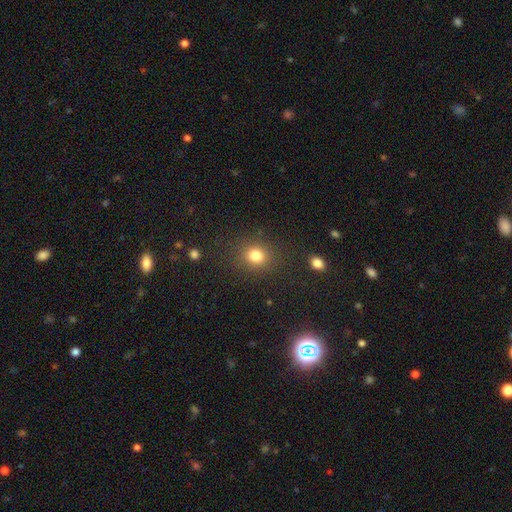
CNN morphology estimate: Smooth or featured? Predicted: smooth (p=0.82). How rounded? Predicted: round (p=0.78). Merging? Predicted: none (p=0.85).